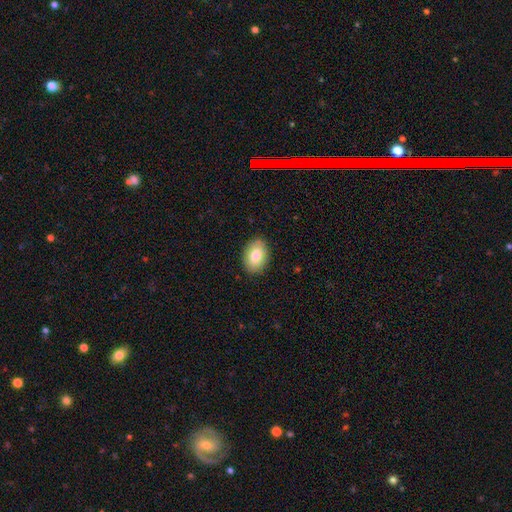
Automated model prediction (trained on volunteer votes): Smooth or featured? Predicted: smooth (p=0.81). How rounded? Predicted: in between (p=0.82). Merging? Predicted: none (p=0.88).